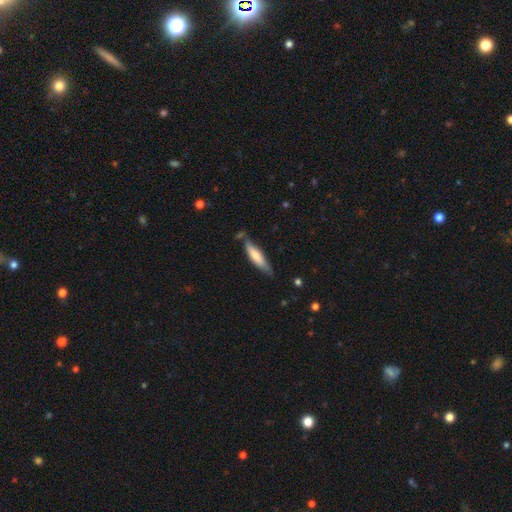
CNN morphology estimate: smooth 70%, featured or disk 25%, star or artifact 5%. Down the decision tree: how rounded — cigar-shaped (75%); merging — none (70%).